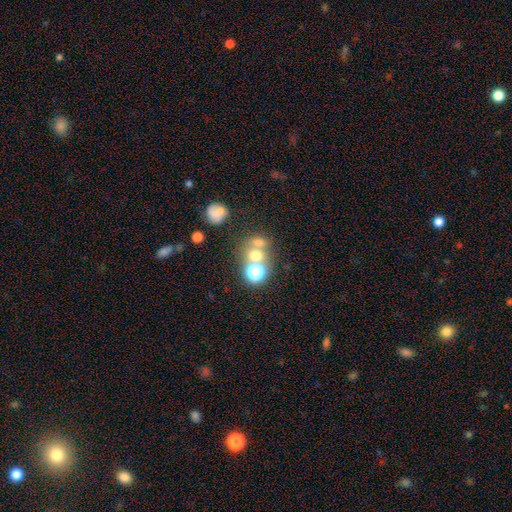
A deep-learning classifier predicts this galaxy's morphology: type=smooth (58%); roundness=round (75%); merging=none (46%).